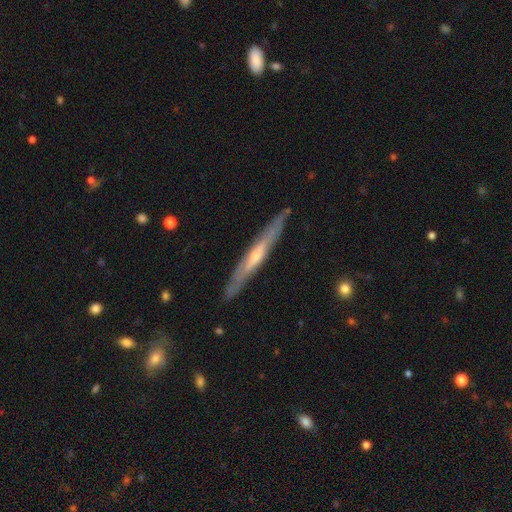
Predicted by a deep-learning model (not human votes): smooth_or_featured: featured or disk (p=0.70) [alt: smooth p=0.25]
disk_edge_on: yes (p=0.89) [alt: no p=0.11]
edge_on_bulge: rounded (p=0.59) [alt: none p=0.36]
merging: none (p=0.87) [alt: minor disturbance p=0.10]